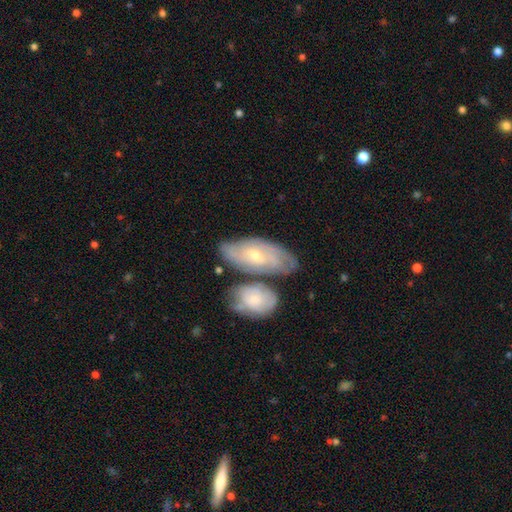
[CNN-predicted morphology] Smooth or featured?
  - featured or disk: 63% *
  - smooth: 31%
  - star or artifact: 6%
Edge-on disk?
  - no: 89% *
  - yes: 11%
Bar?
  - no: 59% *
  - weak: 34%
  - strong: 7%
Spiral arms?
  - yes: 81% *
  - no: 19%
Bulge size?
  - small: 55% *
  - moderate: 40%
  - large: 2%
  - none: 2%
  - dominant: 1%
Merging?
  - none: 54% *
  - merger: 25%
  - minor disturbance: 16%
  - major disturbance: 5%